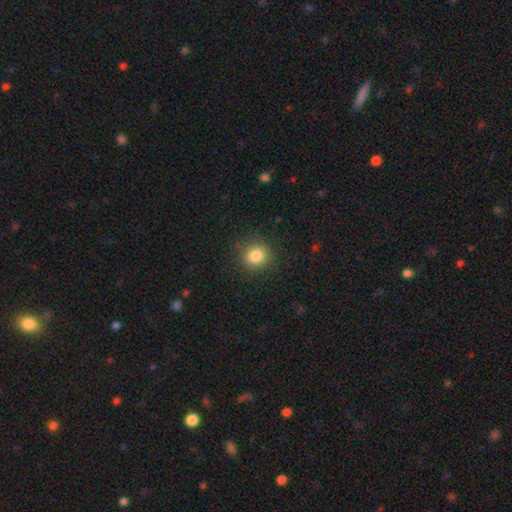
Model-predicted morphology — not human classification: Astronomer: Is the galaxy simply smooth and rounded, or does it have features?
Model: smooth — 84%.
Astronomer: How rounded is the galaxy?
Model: round — 85%.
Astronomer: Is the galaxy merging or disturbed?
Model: none — 88%.